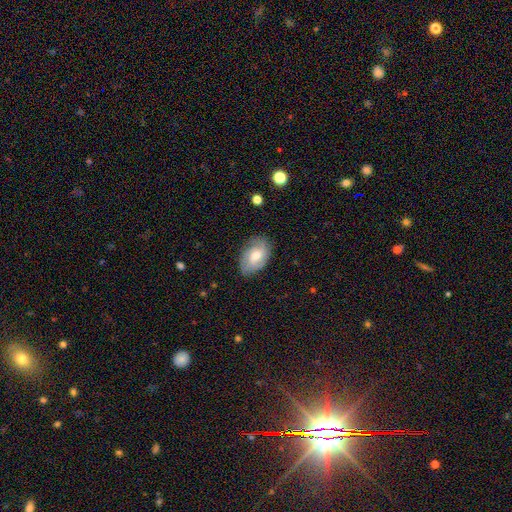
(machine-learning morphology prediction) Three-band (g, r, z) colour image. It shows a featured or disk galaxy (47%). Merging: none (75%).